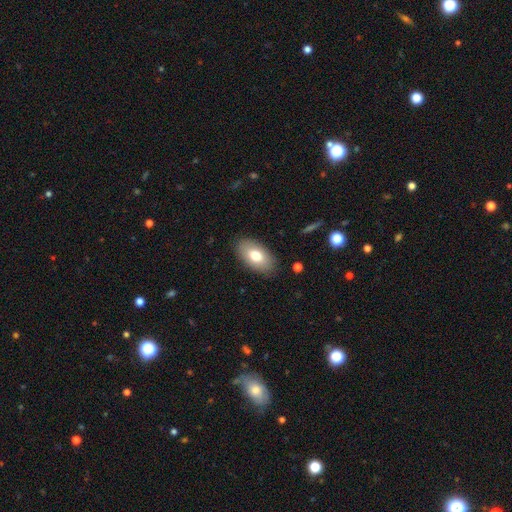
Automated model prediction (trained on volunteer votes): Overall: smooth (75%). How rounded: in between (93%). Merging: none (86%).